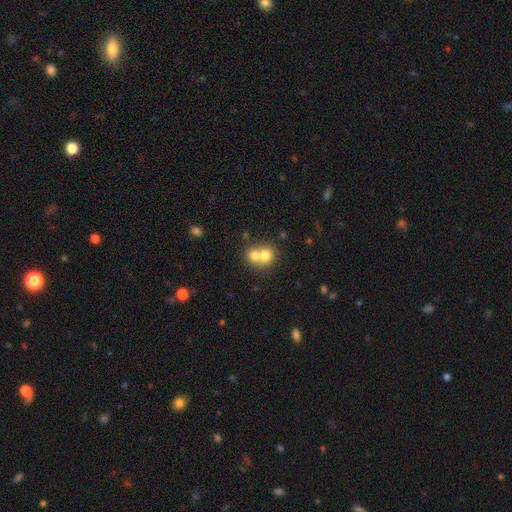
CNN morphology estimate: A smooth galaxy with no disk features (71%) that is round (72%).

Vote fractions:
- Smooth or featured? smooth: 71% / featured or disk: 18% / star or artifact: 10%
- How rounded? round: 72% / in between: 27% / cigar-shaped: 1%
- Merging? merger: 67% / none: 26% / minor disturbance: 5% / major disturbance: 2%